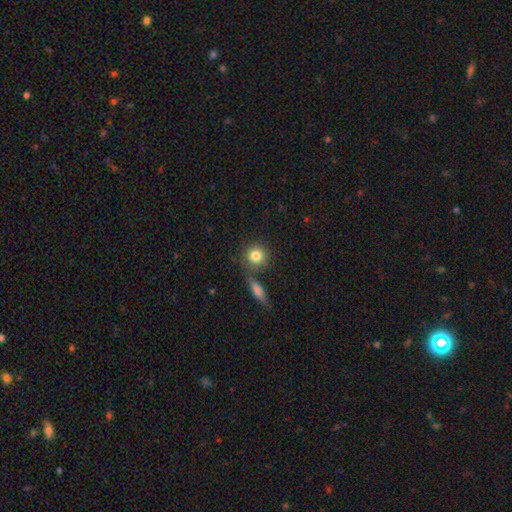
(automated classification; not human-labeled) This is clearly a smooth galaxy (82%). How rounded: clearly round (88%). Merging: likely none (69%).